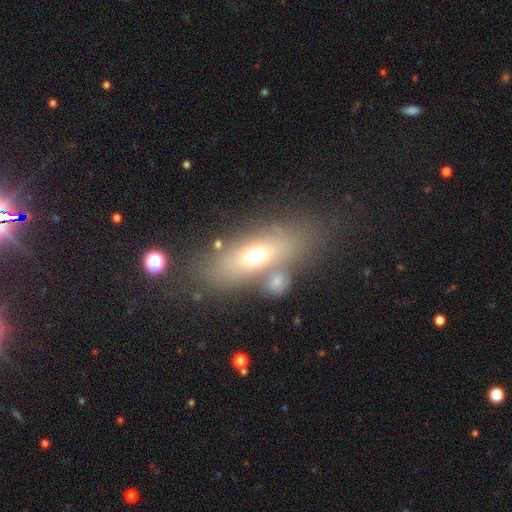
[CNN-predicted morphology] A smooth galaxy with no disk features (58%) that is in between round and cigar-shaped (67%). Merging: none (52%).